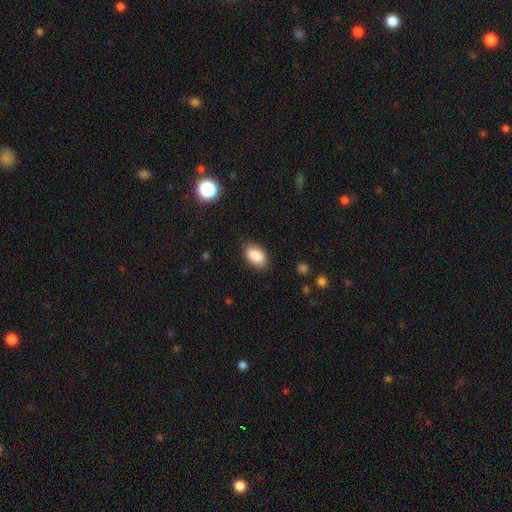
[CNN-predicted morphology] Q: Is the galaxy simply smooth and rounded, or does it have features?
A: smooth — 88%.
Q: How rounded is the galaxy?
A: in between — 91%.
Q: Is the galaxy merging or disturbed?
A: none — 84%.